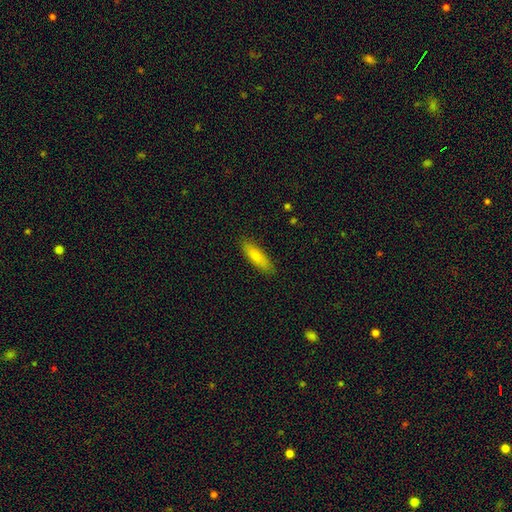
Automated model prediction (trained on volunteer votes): smooth 72%, featured or disk 21%, star or artifact 7%. Down the decision tree: how rounded — cigar-shaped (62%); merging — none (88%).